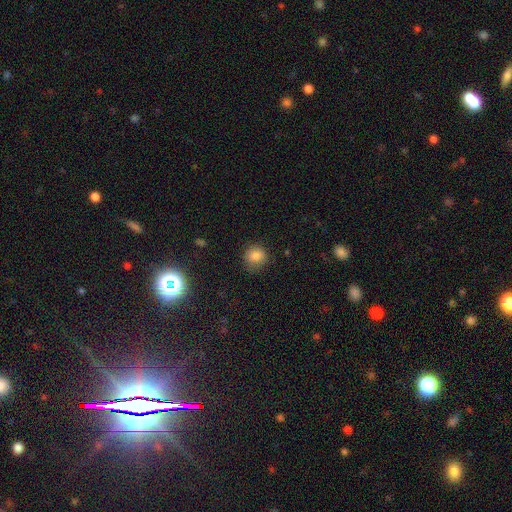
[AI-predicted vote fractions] Smooth or featured? Predicted: smooth (p=0.82). How rounded? Predicted: round (p=0.85). Merging? Predicted: none (p=0.81).